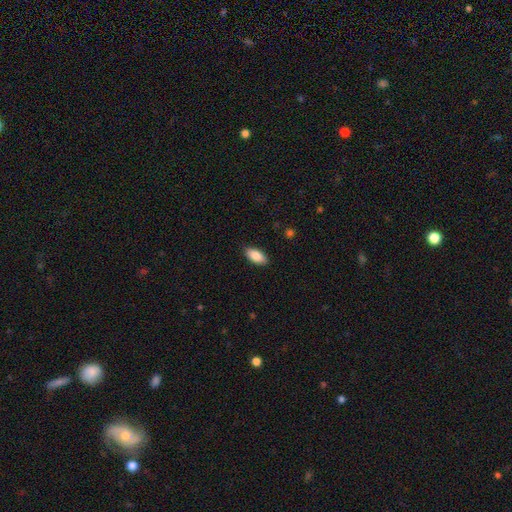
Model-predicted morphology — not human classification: The model was most divided on "merging": none: 88%, minor disturbance: 9%, major disturbance: 2%, merger: 1%. More confident: how rounded — in between (91%); smooth or featured — smooth (87%).